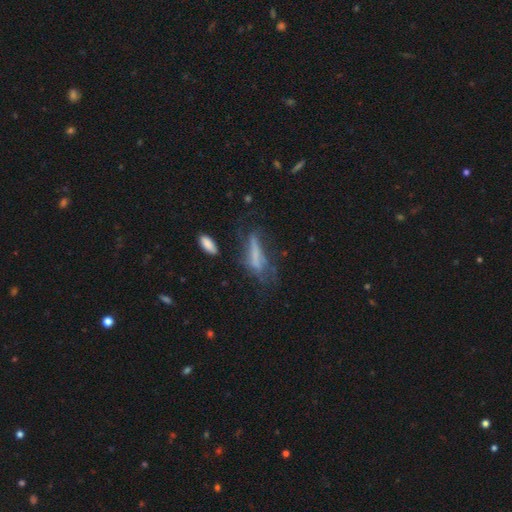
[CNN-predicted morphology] The model was most divided on "merging": none: 37%, major disturbance: 33%, minor disturbance: 24%, merger: 7%. Remaining: smooth or featured — smooth (45%).